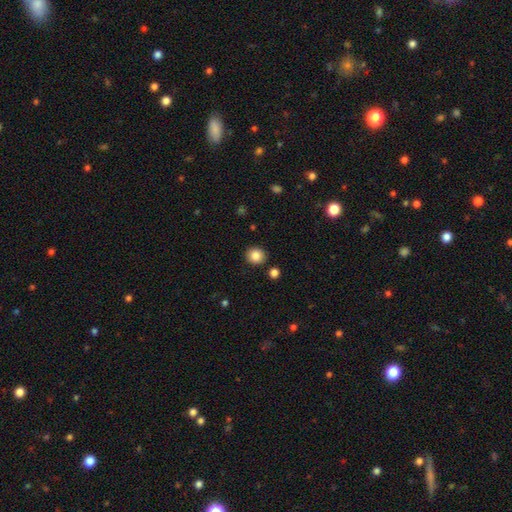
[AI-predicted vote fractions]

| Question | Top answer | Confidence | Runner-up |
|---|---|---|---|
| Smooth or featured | smooth | 86% | star or artifact (9%) |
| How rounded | round | 84% | in between (15%) |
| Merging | none | 90% | minor disturbance (6%) |